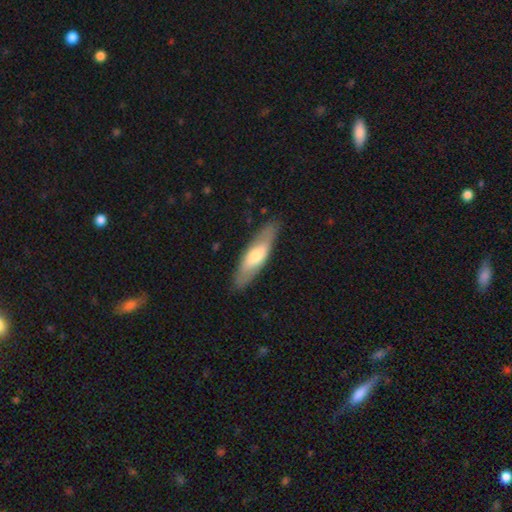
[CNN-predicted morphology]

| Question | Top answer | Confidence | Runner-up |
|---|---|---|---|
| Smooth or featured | smooth | 59% | featured or disk (36%) |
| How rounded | cigar-shaped | 58% | in between (40%) |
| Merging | none | 85% | minor disturbance (11%) |